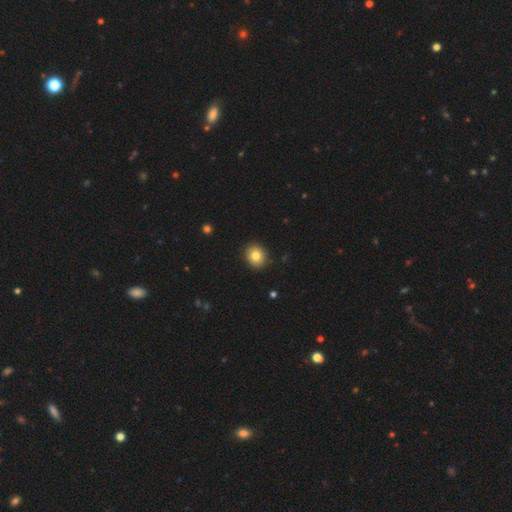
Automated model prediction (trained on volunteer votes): Morphology: type=smooth (82%); roundness=round (68%); merging=none (91%).